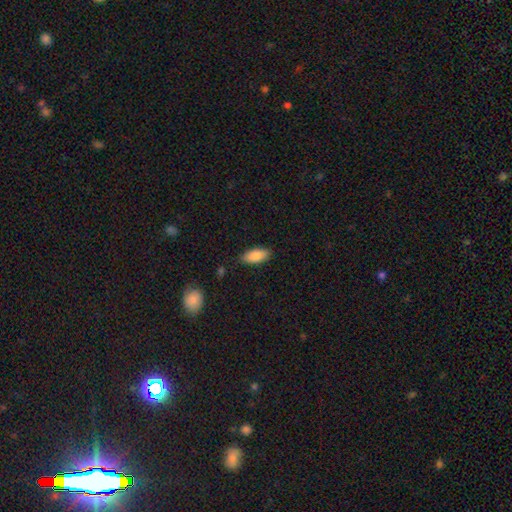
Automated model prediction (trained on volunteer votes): A smooth galaxy with no disk features (84%) that is in between round and cigar-shaped (87%).

Vote fractions:
- Smooth or featured? smooth: 84% / featured or disk: 9% / star or artifact: 7%
- How rounded? in between: 87% / cigar-shaped: 11% / round: 2%
- Merging? none: 85% / minor disturbance: 11% / major disturbance: 2% / merger: 1%